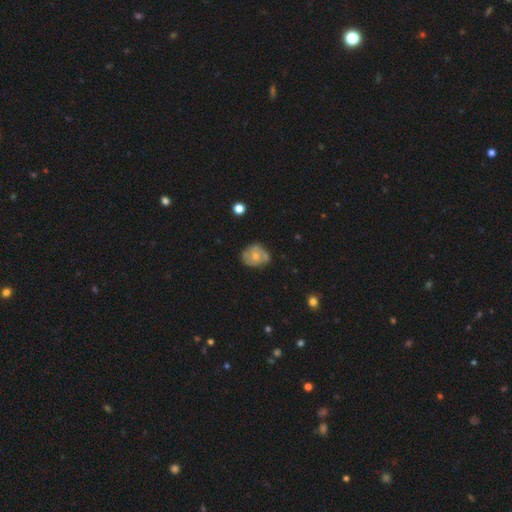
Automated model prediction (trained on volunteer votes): Q: Smooth or featured?
A: featured or disk (49%); runner-up: smooth (43%)
Q: Merging?
A: none (60%); runner-up: minor disturbance (27%)